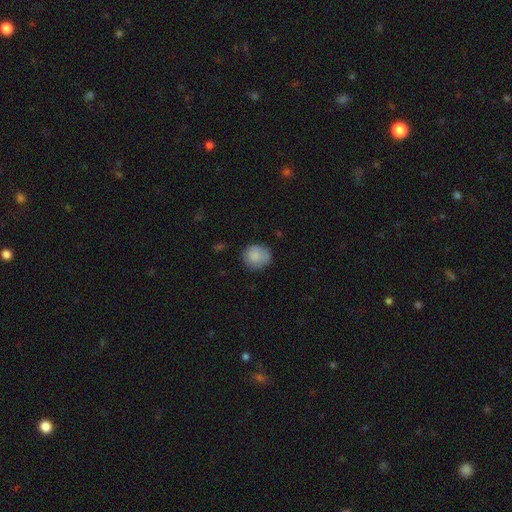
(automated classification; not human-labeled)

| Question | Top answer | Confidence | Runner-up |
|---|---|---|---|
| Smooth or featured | smooth | 85% | star or artifact (8%) |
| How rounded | round | 84% | in between (16%) |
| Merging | none | 75% | minor disturbance (19%) |